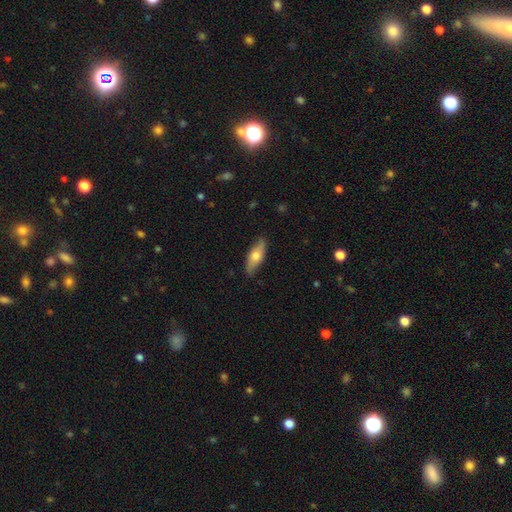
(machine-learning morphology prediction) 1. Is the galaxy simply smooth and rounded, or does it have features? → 57% smooth, 37% featured or disk, 6% star or artifact.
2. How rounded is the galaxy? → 57% in between, 40% cigar-shaped, 3% round.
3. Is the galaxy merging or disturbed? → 84% none, 12% minor disturbance, 2% major disturbance, 1% merger.